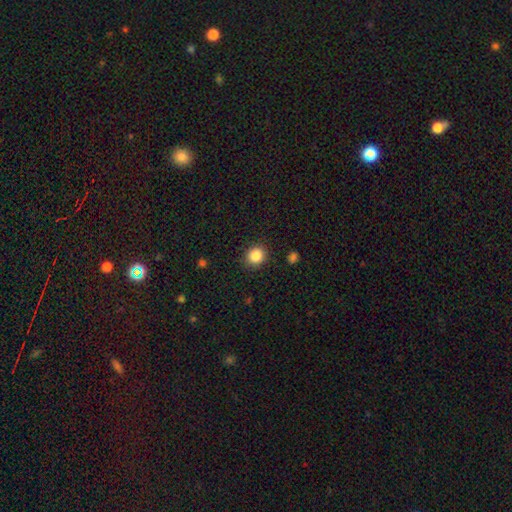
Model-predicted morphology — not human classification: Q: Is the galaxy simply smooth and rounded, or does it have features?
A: smooth — 86%.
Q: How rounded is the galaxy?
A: round — 82%.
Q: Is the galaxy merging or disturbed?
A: none — 89%.